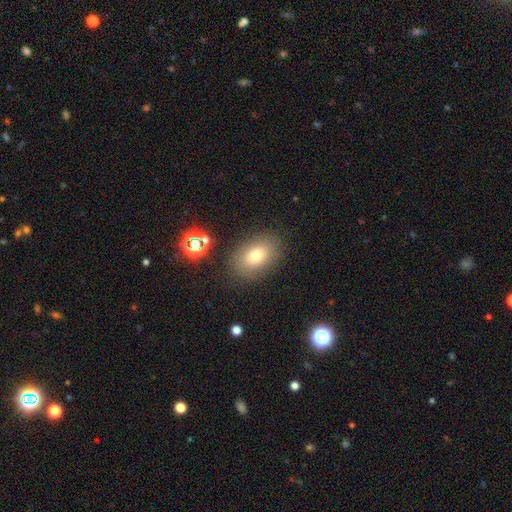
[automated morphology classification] This appears to be a smooth galaxy with no disk features (74%) that is in between round and cigar-shaped (81%). Merging: none (83%).